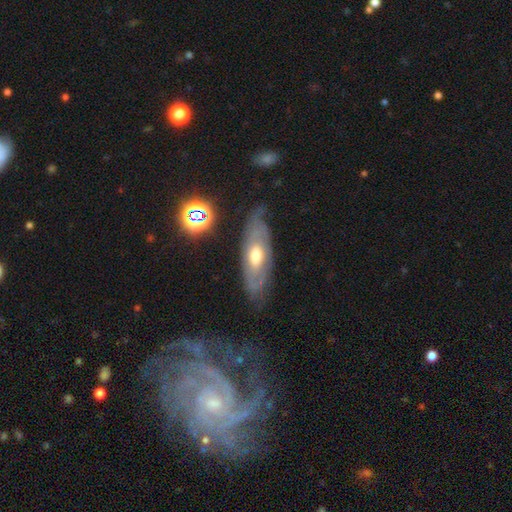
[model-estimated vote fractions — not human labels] This appears to be a featured or disk galaxy (63%). Merging: none (71%).